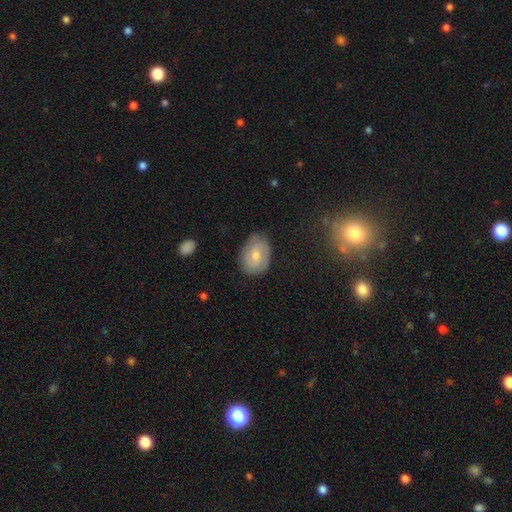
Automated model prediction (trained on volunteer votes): Smooth or featured?
  - smooth: 58% *
  - featured or disk: 35%
  - star or artifact: 7%
How rounded?
  - in between: 73% *
  - round: 26%
  - cigar-shaped: 1%
Merging?
  - none: 75% *
  - minor disturbance: 20%
  - major disturbance: 4%
  - merger: 1%